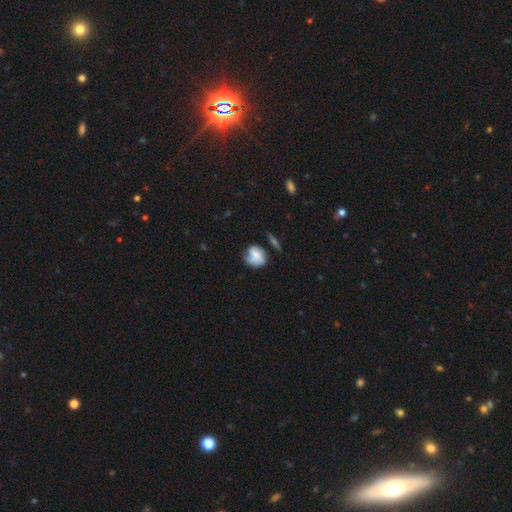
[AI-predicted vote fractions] Smooth or featured? Predicted: smooth (p=0.55). How rounded? Predicted: round (p=0.59). Merging? Predicted: none (p=0.45).